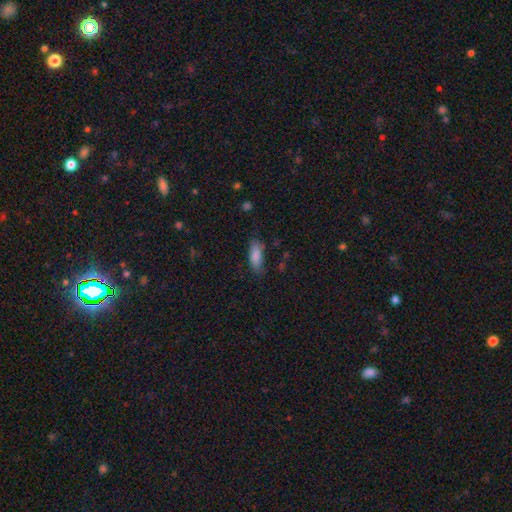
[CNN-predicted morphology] Smooth or featured? Predicted: smooth (p=0.86). How rounded? Predicted: in between (p=0.73). Merging? Predicted: none (p=0.74).